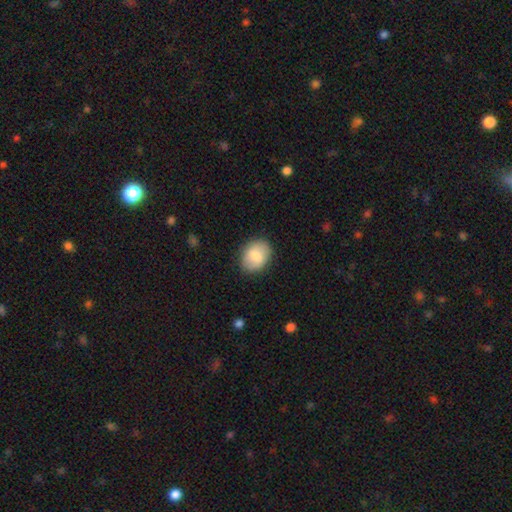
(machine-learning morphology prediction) Smooth or featured?
  - smooth: 78% *
  - featured or disk: 16%
  - star or artifact: 6%
How rounded?
  - in between: 66% *
  - round: 33%
  - cigar-shaped: 1%
Merging?
  - none: 85% *
  - minor disturbance: 11%
  - major disturbance: 3%
  - merger: 1%